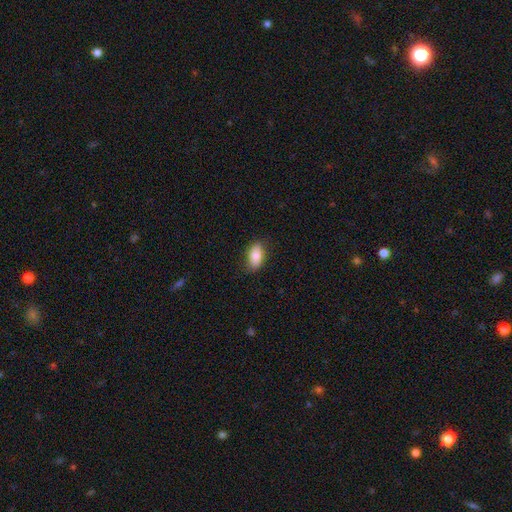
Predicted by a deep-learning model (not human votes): Smooth or featured? Predicted: smooth (p=0.82). How rounded? Predicted: in between (p=0.91). Merging? Predicted: none (p=0.83).